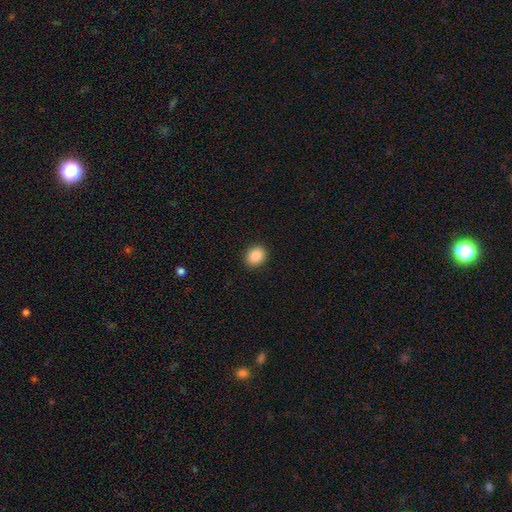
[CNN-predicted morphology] Smooth or featured? Predicted: smooth (p=0.89). How rounded? Predicted: round (p=0.60). Merging? Predicted: none (p=0.90).